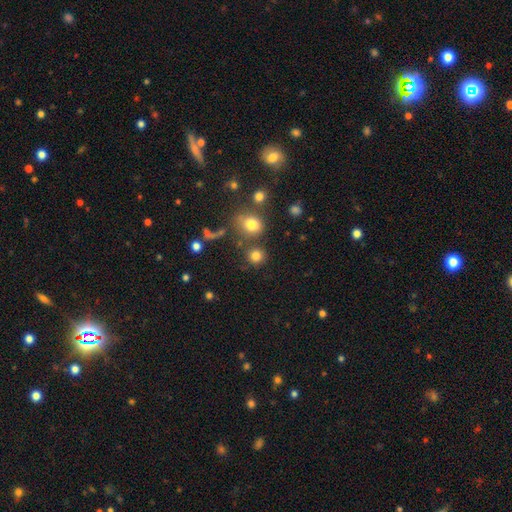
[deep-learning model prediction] smooth_or_featured: smooth (p=0.80) [alt: star or artifact p=0.14]
how_rounded: round (p=0.89) [alt: in between p=0.10]
merging: none (p=0.77) [alt: merger p=0.11]